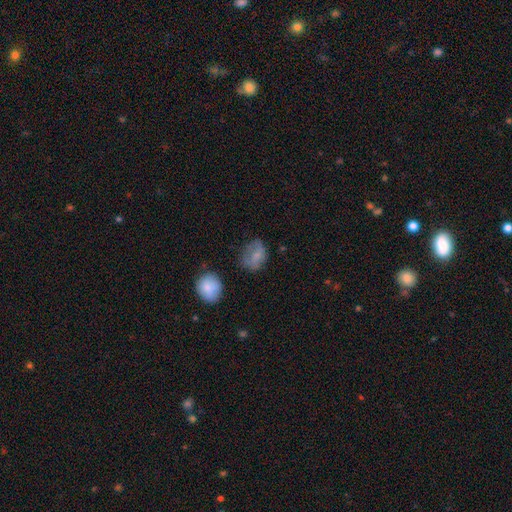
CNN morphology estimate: smooth 72%, featured or disk 18%, star or artifact 10%. Down the decision tree: how rounded — in between (55%); merging — none (53%).